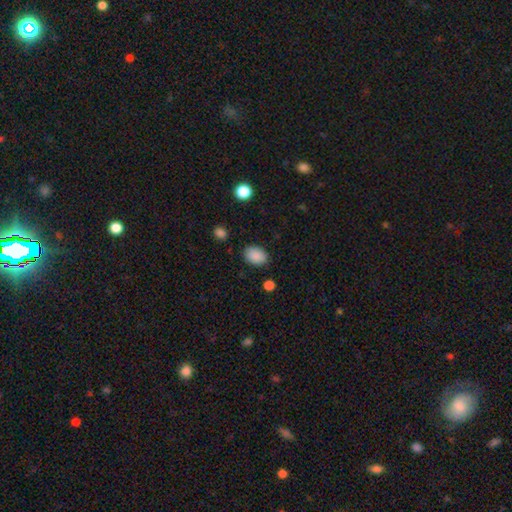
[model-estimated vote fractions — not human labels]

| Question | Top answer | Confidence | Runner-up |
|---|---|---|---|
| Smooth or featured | smooth | 89% | star or artifact (8%) |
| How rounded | in between | 78% | round (21%) |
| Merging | none | 83% | minor disturbance (12%) |